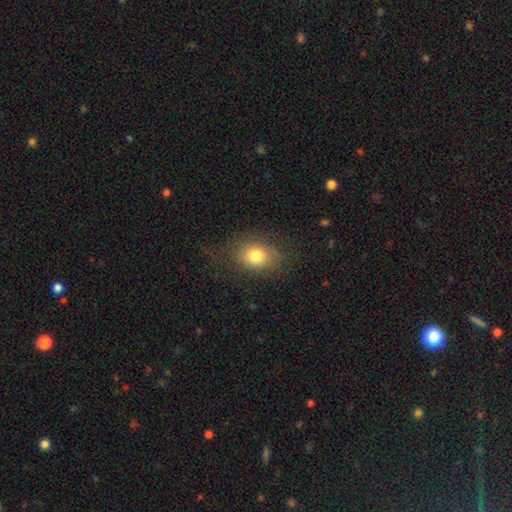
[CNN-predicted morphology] A smooth galaxy with no disk features (76%) that is in between round and cigar-shaped (61%). Merging: none (71%).